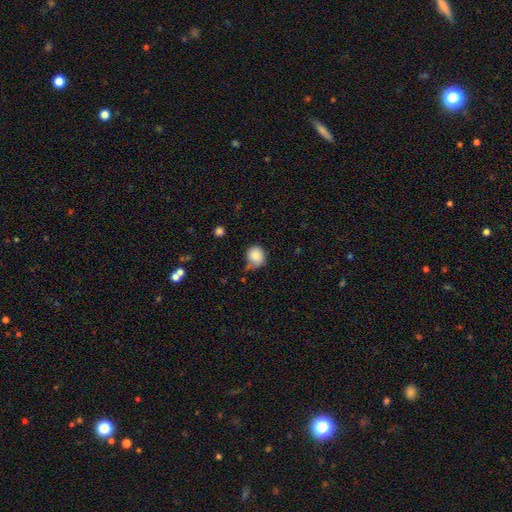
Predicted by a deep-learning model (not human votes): Smooth or featured: smooth — 83% (star or artifact — 9%)
How rounded: round — 82% (in between — 18%)
Merging: none — 57% (minor disturbance — 30%)